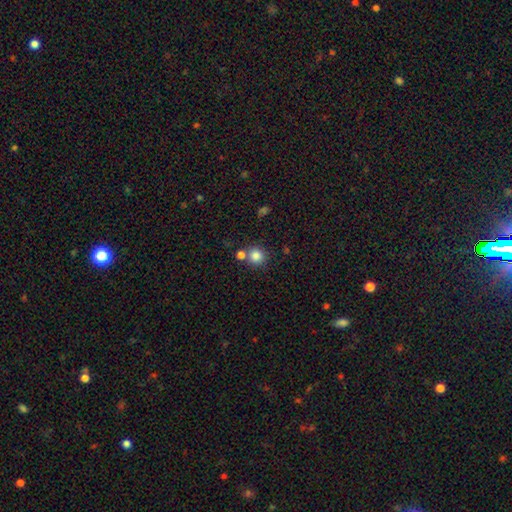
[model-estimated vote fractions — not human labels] Smooth or featured?
  - smooth: 83% *
  - star or artifact: 11%
  - featured or disk: 6%
How rounded?
  - round: 91% *
  - in between: 8%
  - cigar-shaped: 1%
Merging?
  - none: 68% *
  - merger: 21%
  - minor disturbance: 8%
  - major disturbance: 3%